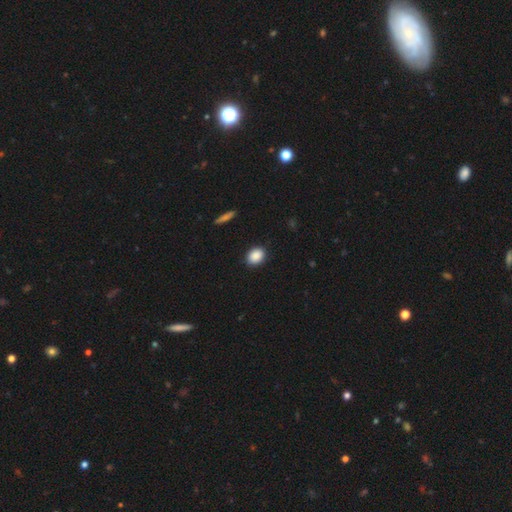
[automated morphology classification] Overall: smooth (89%). How rounded: in between (62%; round 37%). Merging: none (89%).